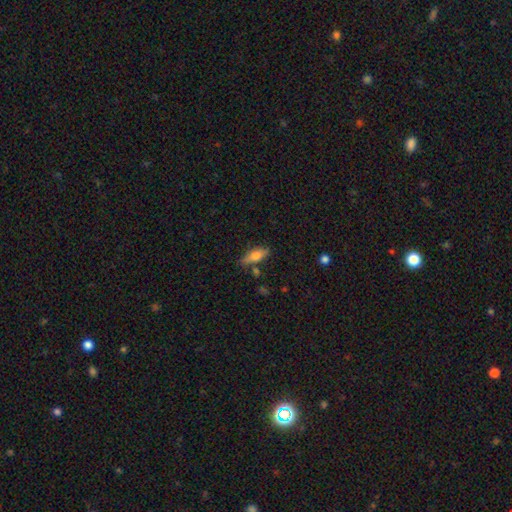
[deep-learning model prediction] This is likely a smooth galaxy (69%). How rounded: likely in between (62%). Merging: likely none (71%).